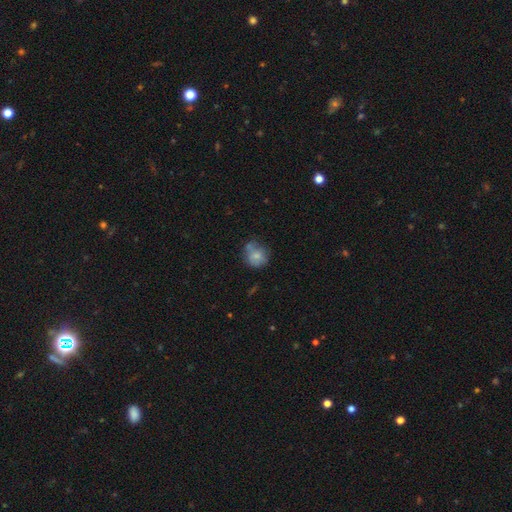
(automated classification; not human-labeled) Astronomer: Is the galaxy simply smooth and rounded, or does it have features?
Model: smooth — 71%.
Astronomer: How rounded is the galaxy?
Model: round — 78%.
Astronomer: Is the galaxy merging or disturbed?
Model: none — 52% (runner-up: minor disturbance, 28%).